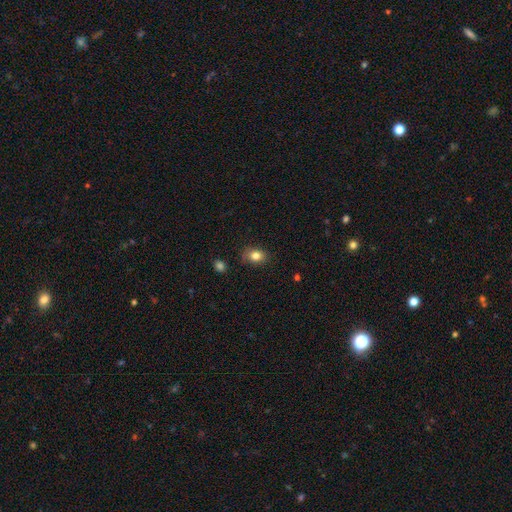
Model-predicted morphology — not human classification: A smooth galaxy with no disk features (82%) that is in between round and cigar-shaped (60%).

Vote fractions:
- Smooth or featured? smooth: 82% / star or artifact: 10% / featured or disk: 8%
- How rounded? in between: 60% / round: 38% / cigar-shaped: 1%
- Merging? none: 78% / minor disturbance: 17% / major disturbance: 3% / merger: 1%